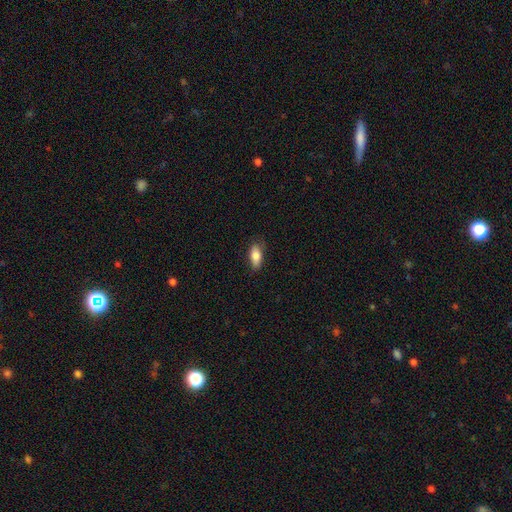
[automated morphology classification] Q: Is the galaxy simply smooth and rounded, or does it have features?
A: smooth — 80%.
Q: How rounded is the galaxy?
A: in between — 83%.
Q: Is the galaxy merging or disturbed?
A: none — 76%.